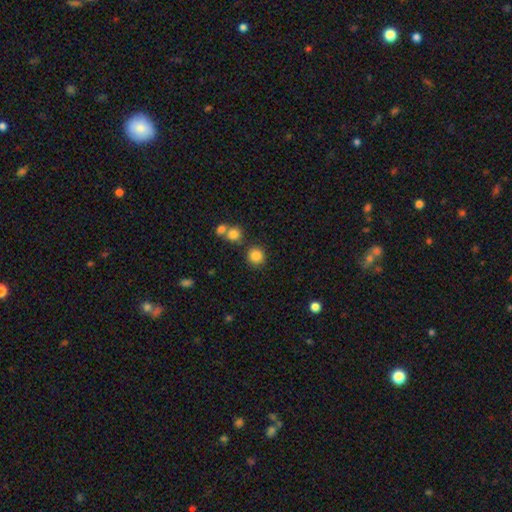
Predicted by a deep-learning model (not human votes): Overall: smooth (84%). How rounded: round (92%). Merging: none (81%).